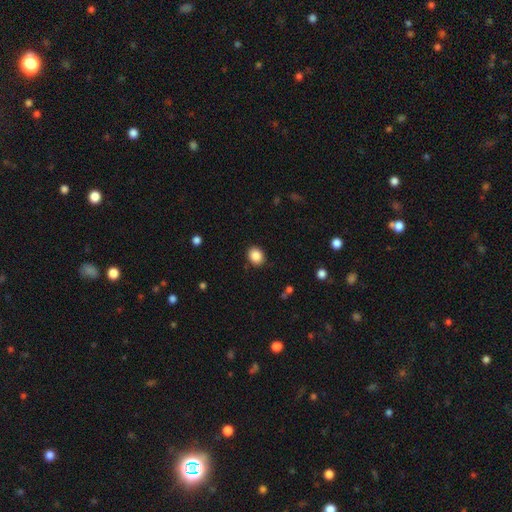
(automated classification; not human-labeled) This appears to be a smooth galaxy with no disk features (87%) that is round (58%). Merging: none (89%).